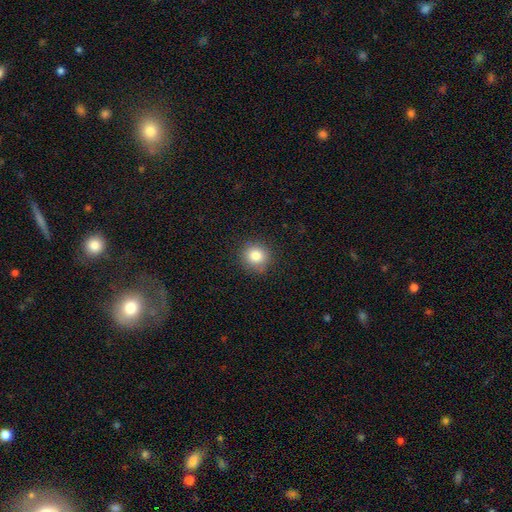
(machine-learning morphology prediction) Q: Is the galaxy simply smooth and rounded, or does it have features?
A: smooth — 83%.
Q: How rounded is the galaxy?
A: round — 90%.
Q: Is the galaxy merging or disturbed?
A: none — 86%.